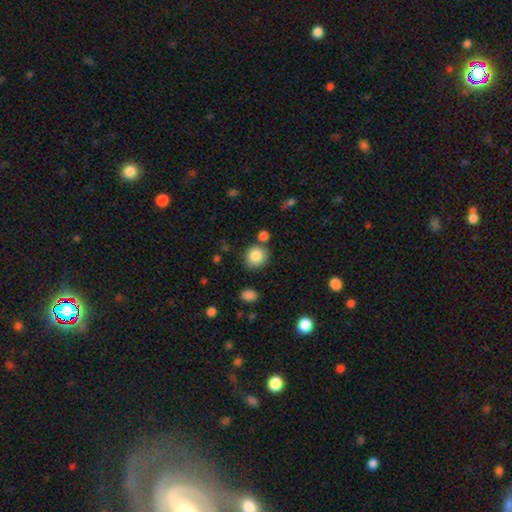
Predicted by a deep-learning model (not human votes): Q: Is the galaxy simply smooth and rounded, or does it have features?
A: smooth — 86%.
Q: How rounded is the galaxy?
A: round — 80%.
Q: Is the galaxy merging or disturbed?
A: none — 78%.